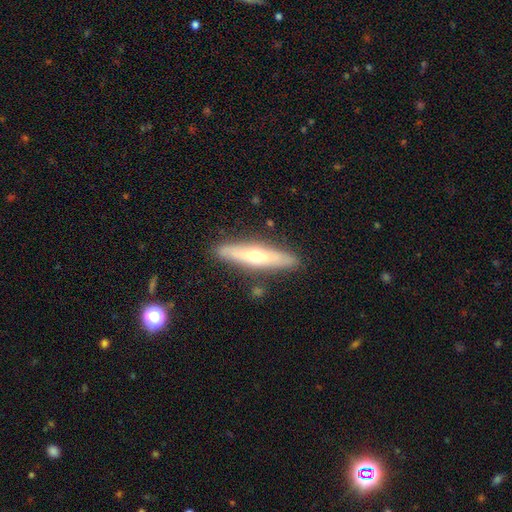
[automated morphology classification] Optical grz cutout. It shows a featured or disk galaxy (57%) viewed edge-on (83%). Merging: none (85%).